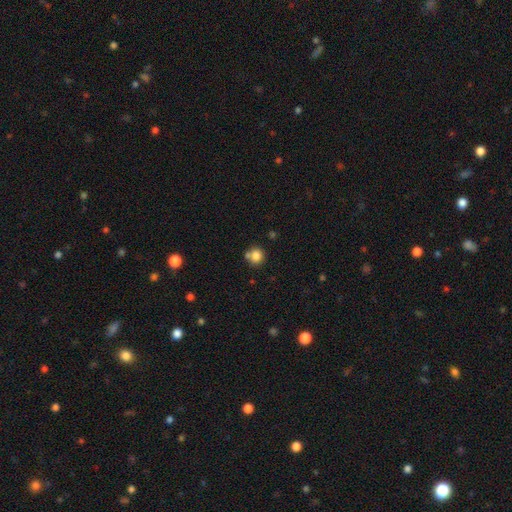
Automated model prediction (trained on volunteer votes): Smooth or featured: smooth — 82% (star or artifact — 11%)
How rounded: round — 85% (in between — 14%)
Merging: none — 65% (merger — 20%)